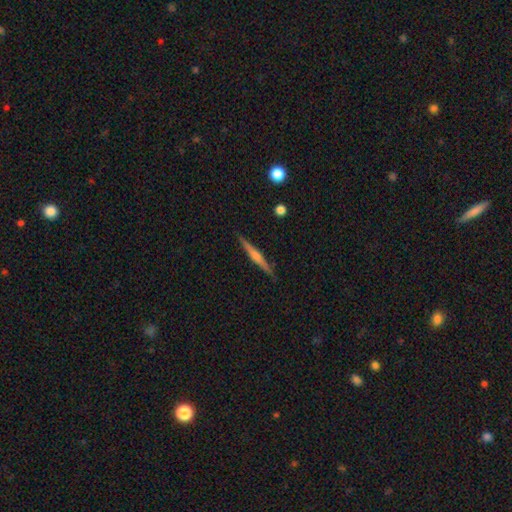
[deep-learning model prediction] Smooth or featured: featured or disk — 59% (smooth — 35%)
Edge-on disk: yes — 98% (no — 2%)
Edge-on bulge: rounded — 61% (none — 24%)
Merging: none — 90% (minor disturbance — 8%)